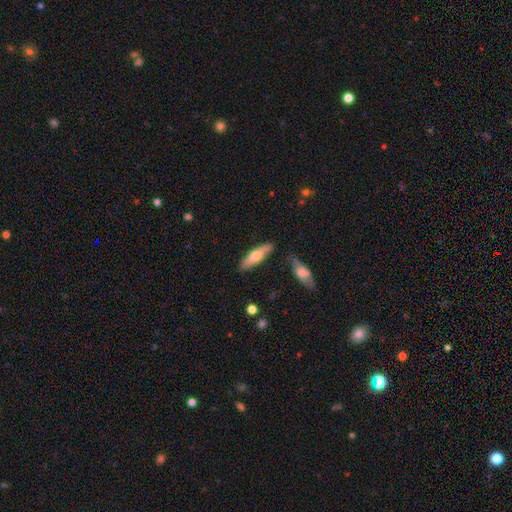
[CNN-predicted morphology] smooth 58%, featured or disk 36%, star or artifact 6%. Down the decision tree: how rounded — cigar-shaped (64%); merging — none (79%).